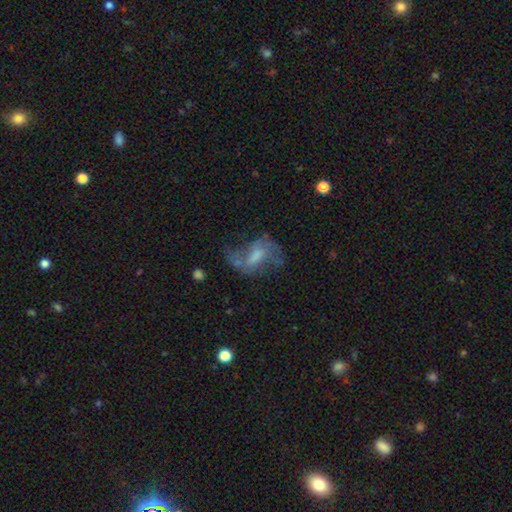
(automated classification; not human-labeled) Smooth or featured: featured or disk — 66% (smooth — 22%)
Edge-on disk: no — 96% (yes — 4%)
Bar: weak — 46% (no — 40%)
Spiral arms: yes — 75% (no — 25%)
Bulge size: moderate — 38% (small — 30%)
Merging: none — 45% (major disturbance — 30%)